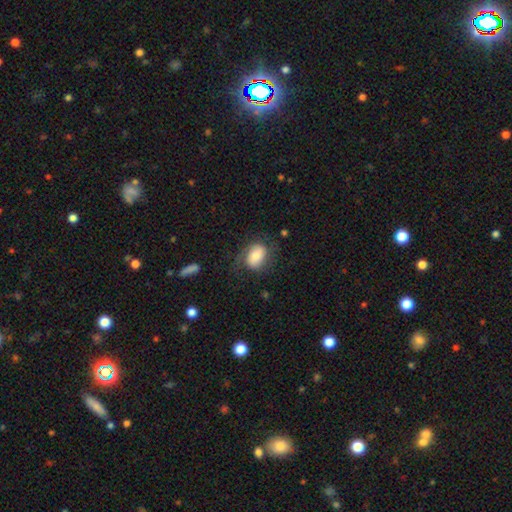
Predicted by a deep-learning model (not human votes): The model was most divided on "merging": none: 58%, minor disturbance: 23%, major disturbance: 17%, merger: 2%. More confident: how rounded — in between (74%); smooth or featured — smooth (64%).